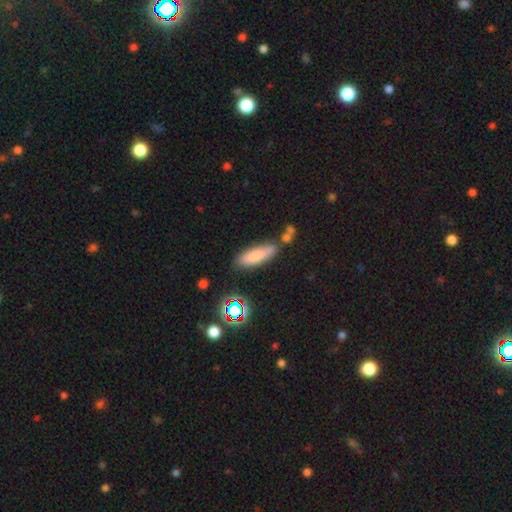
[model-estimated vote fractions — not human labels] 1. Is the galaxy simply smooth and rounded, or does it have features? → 78% smooth, 11% featured or disk, 11% star or artifact.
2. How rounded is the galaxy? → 53% in between, 44% cigar-shaped, 3% round.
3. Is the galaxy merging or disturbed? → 69% none, 15% minor disturbance, 11% merger, 5% major disturbance.